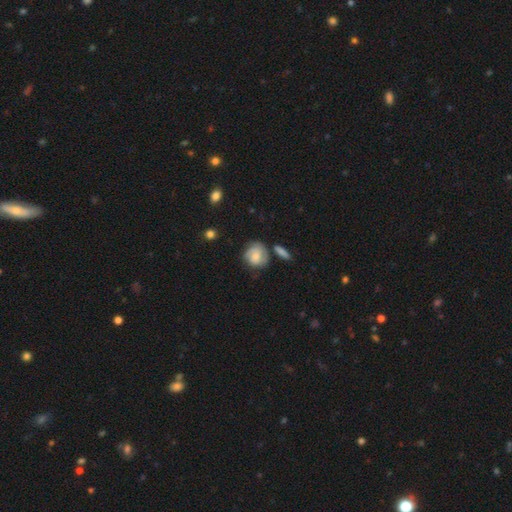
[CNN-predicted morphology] The model was most divided on "smooth or featured": smooth: 53%, featured or disk: 39%, star or artifact: 7%. More confident: how rounded — round (76%); merging — none (61%).